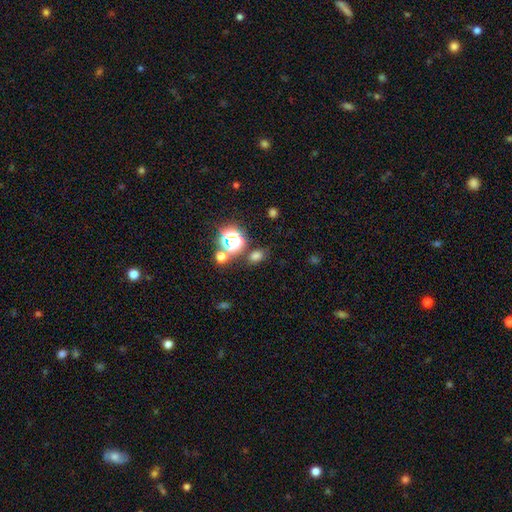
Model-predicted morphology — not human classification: A smooth galaxy with no disk features (63%) that is in between round and cigar-shaped (56%). Merging: none (74%).